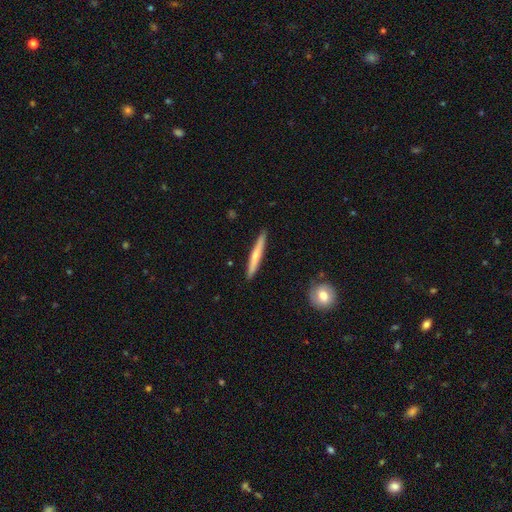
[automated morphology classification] This is possibly a smooth galaxy (57%). How rounded: clearly cigar-shaped (96%). Merging: clearly none (90%).